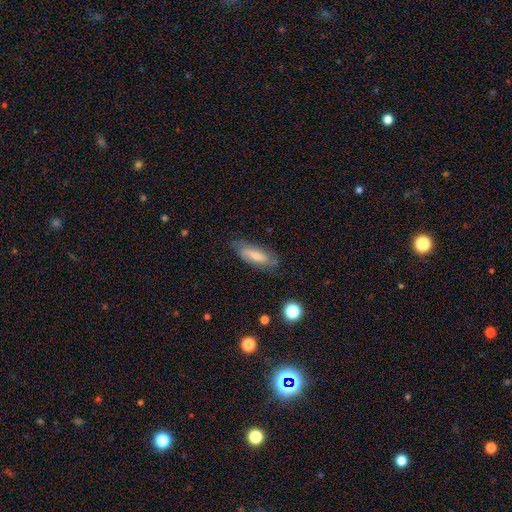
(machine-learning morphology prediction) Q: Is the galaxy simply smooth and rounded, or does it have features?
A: smooth — 58%.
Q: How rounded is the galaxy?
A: in between — 64%.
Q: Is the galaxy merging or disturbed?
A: none — 74%.